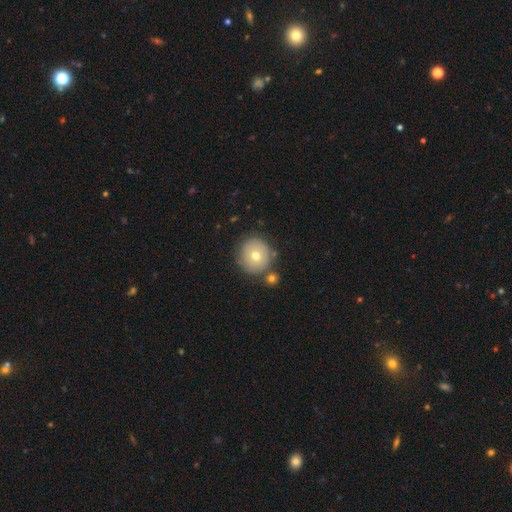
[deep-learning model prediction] The model was most divided on "smooth or featured": smooth: 70%, featured or disk: 19%, star or artifact: 11%. More confident: how rounded — round (94%); merging — none (78%).